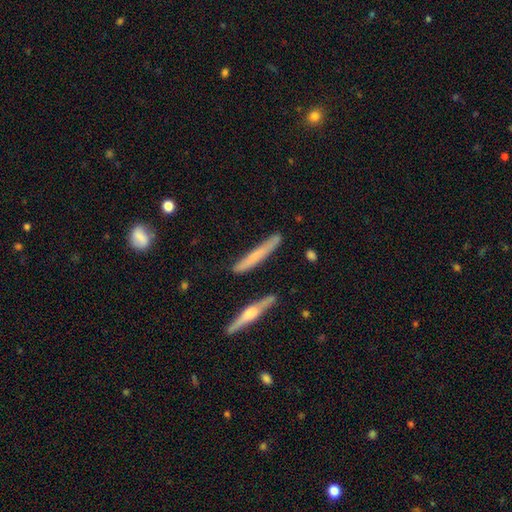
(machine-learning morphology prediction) A smooth galaxy with no disk features (51%) that is cigar-shaped (94%).

Vote fractions:
- Smooth or featured? smooth: 51% / featured or disk: 42% / star or artifact: 7%
- How rounded? cigar-shaped: 94% / in between: 4% / round: 2%
- Merging? none: 80% / minor disturbance: 14% / merger: 3% / major disturbance: 3%